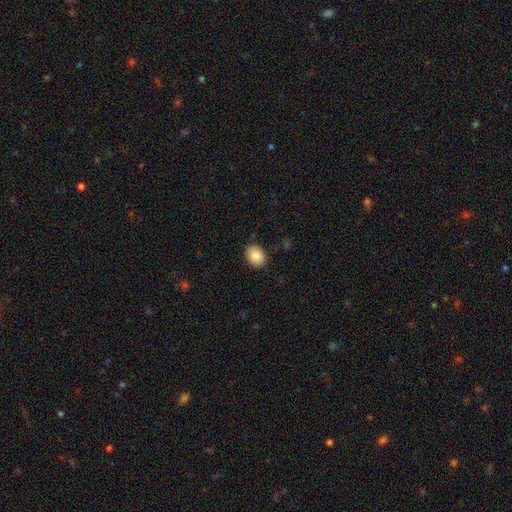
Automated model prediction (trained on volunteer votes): Q: Smooth or featured?
A: smooth (87%); runner-up: star or artifact (7%)
Q: How rounded?
A: in between (64%); runner-up: round (35%)
Q: Merging?
A: none (87%); runner-up: minor disturbance (10%)